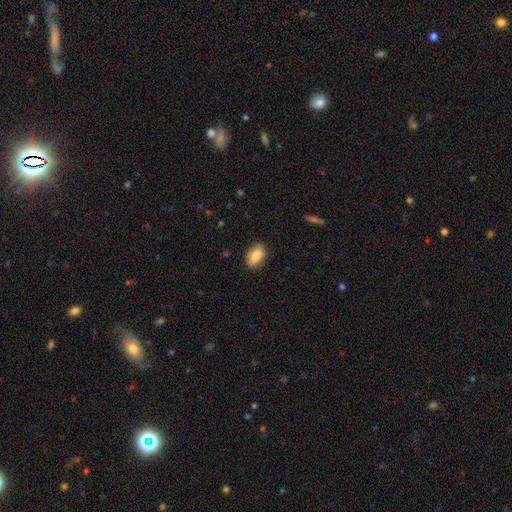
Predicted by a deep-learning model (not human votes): smooth-or-featured: smooth: 85% | featured or disk: 8% | star or artifact: 7%
  how-rounded: in between: 91% | round: 5% | cigar-shaped: 4%
  merging: none: 85% | minor disturbance: 11% | major disturbance: 3% | merger: 1%